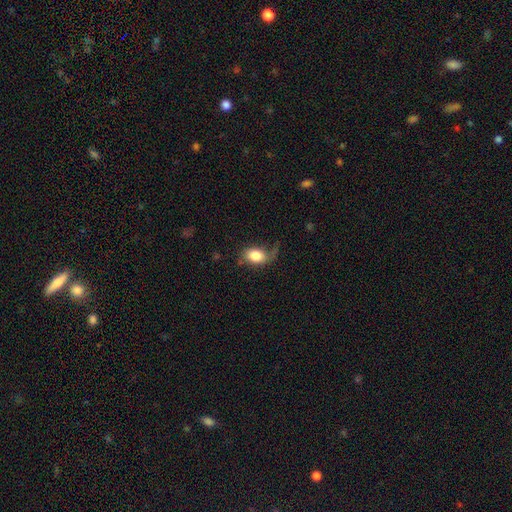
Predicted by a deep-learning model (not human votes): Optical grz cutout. It shows a smooth galaxy with no disk features (77%) that is in between round and cigar-shaped (81%). Merging: none (42%).